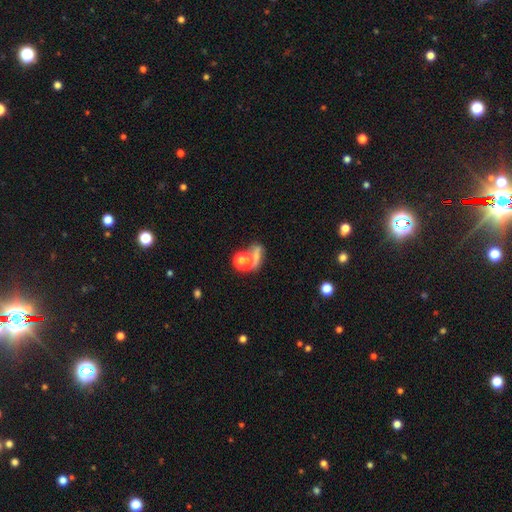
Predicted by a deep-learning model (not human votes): A smooth galaxy with no disk features (51%) that is in between round and cigar-shaped (47%).

Vote fractions:
- Smooth or featured? smooth: 51% / star or artifact: 28% / featured or disk: 22%
- How rounded? in between: 47% / round: 46% / cigar-shaped: 7%
- Merging? merger: 45% / none: 30% / major disturbance: 15% / minor disturbance: 10%